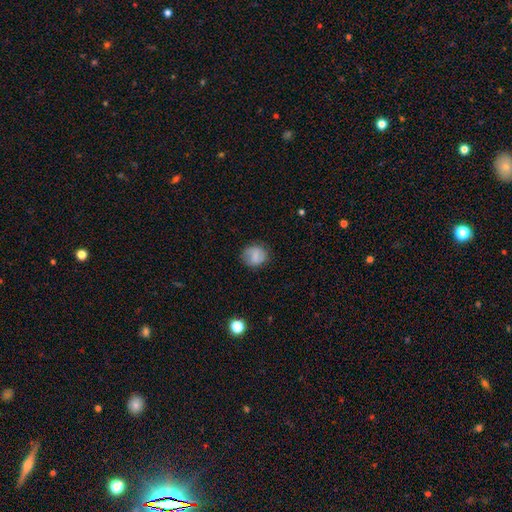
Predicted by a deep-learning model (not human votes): This is likely a smooth galaxy (74%). How rounded: likely round (77%). Merging: likely none (78%).